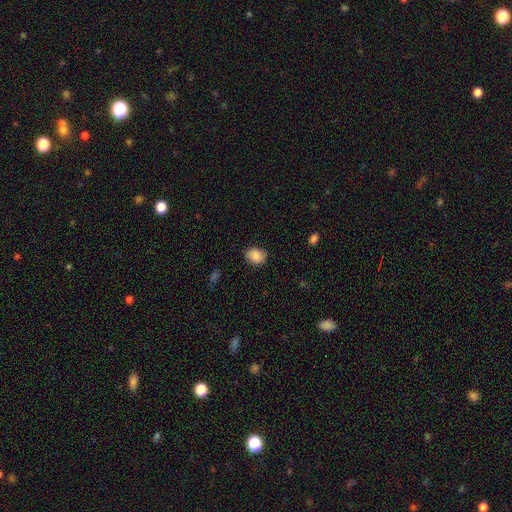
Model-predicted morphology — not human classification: The model was most divided on "how rounded": in between: 51%, round: 48%, cigar-shaped: 1%. More confident: smooth or featured — smooth (85%); merging — none (80%).